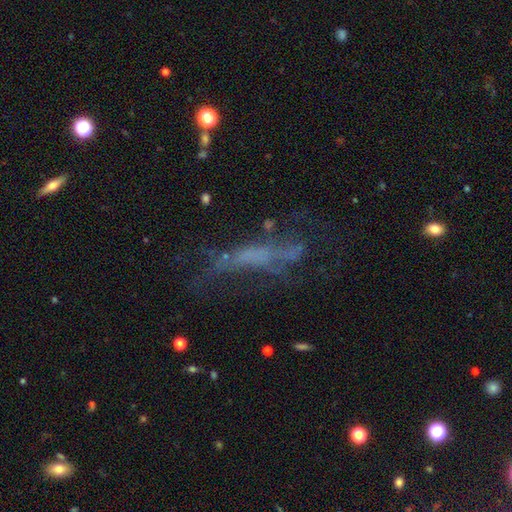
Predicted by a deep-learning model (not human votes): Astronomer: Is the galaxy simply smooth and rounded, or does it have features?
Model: featured or disk — 51% (runner-up: smooth, 27%).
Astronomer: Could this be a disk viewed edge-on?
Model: no — 71%.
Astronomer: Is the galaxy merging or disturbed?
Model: none — 45% (runner-up: major disturbance, 29%).